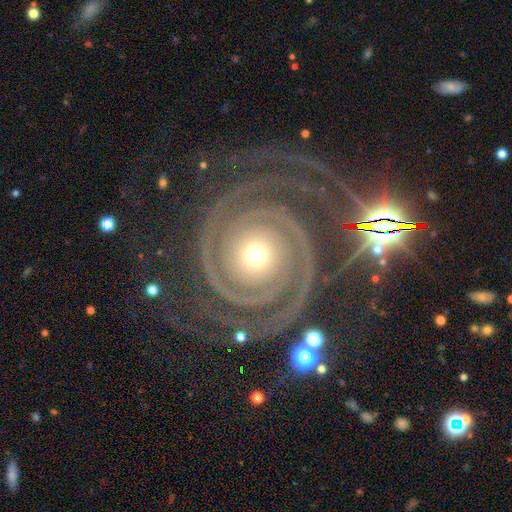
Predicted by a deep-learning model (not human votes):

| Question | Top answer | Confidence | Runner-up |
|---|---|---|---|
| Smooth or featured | featured or disk | 92% | star or artifact (5%) |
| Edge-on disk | no | 98% | yes (2%) |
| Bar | no | 82% | weak (10%) |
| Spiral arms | yes | 98% | no (2%) |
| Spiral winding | tight | 82% | medium (15%) |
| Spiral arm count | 2 | 81% | 3 (6%) |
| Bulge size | moderate | 53% | small (40%) |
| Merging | none | 76% | minor disturbance (12%) |